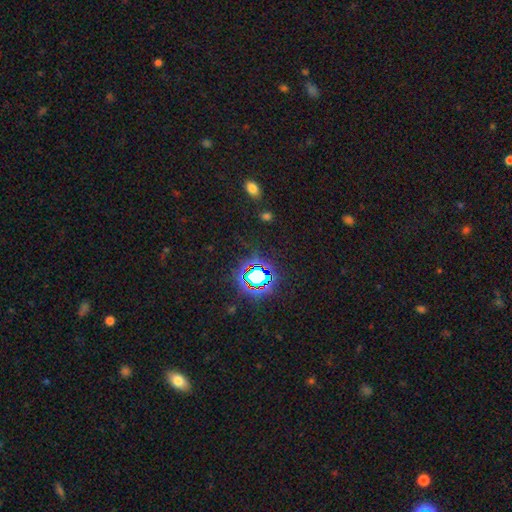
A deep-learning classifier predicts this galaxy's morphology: Overall: star or artifact (77%).